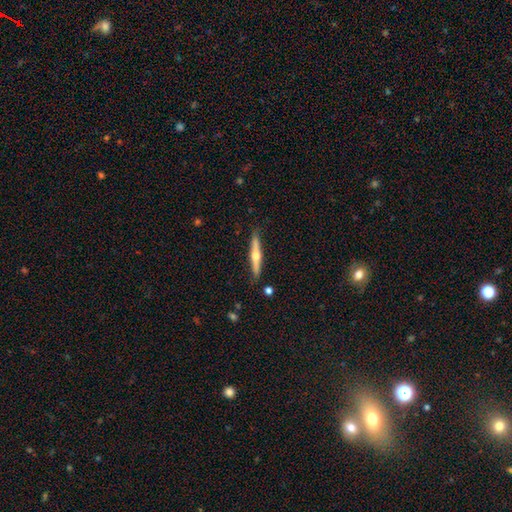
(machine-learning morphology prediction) smooth_or_featured: featured or disk (p=0.62) [alt: smooth p=0.33]
disk_edge_on: yes (p=0.96) [alt: no p=0.04]
edge_on_bulge: rounded (p=0.93) [alt: none p=0.05]
merging: none (p=0.87) [alt: minor disturbance p=0.10]